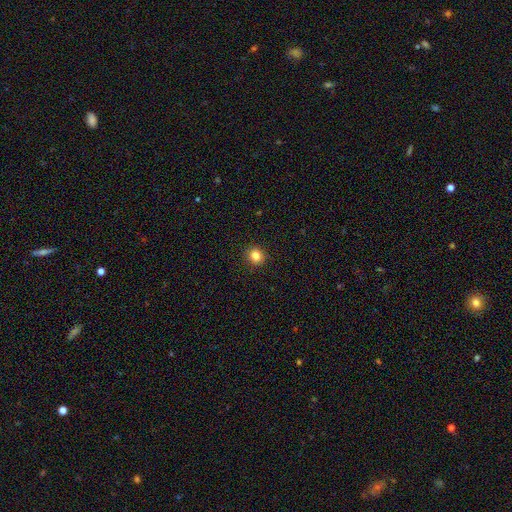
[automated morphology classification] Smooth or featured? Predicted: smooth (p=0.83). How rounded? Predicted: round (p=0.86). Merging? Predicted: none (p=0.92).